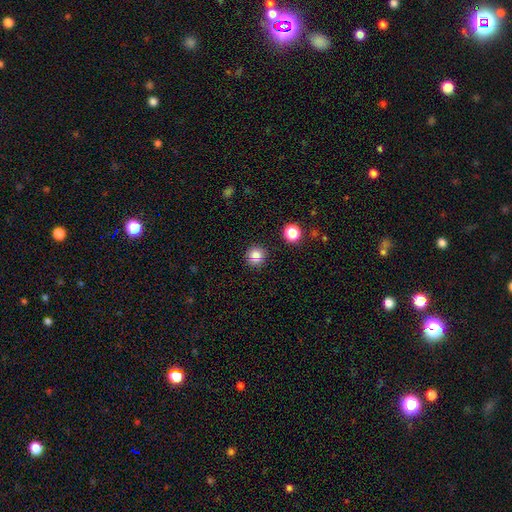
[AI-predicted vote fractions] This is clearly a smooth galaxy (80%). How rounded: clearly round (92%). Merging: clearly none (85%).